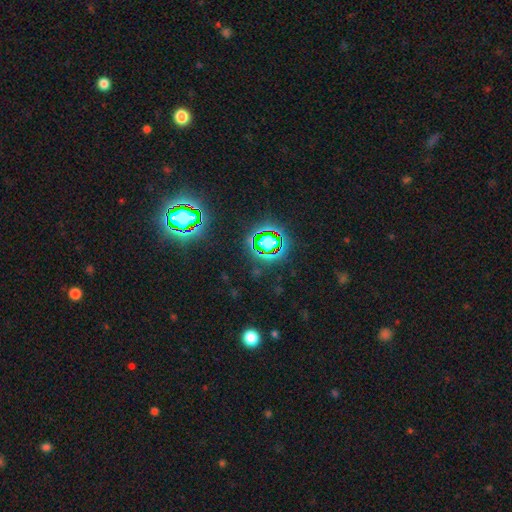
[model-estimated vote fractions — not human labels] This is clearly a star or artifact rather than a galaxy (80%).